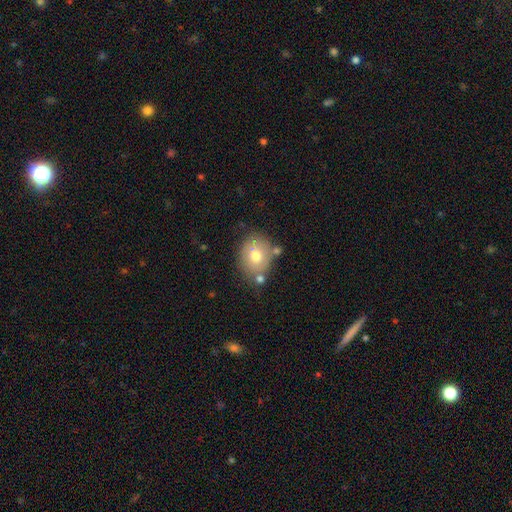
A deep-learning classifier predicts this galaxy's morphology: Smooth or featured? smooth (71%)
How rounded? round (63%)
Merging? none (67%)